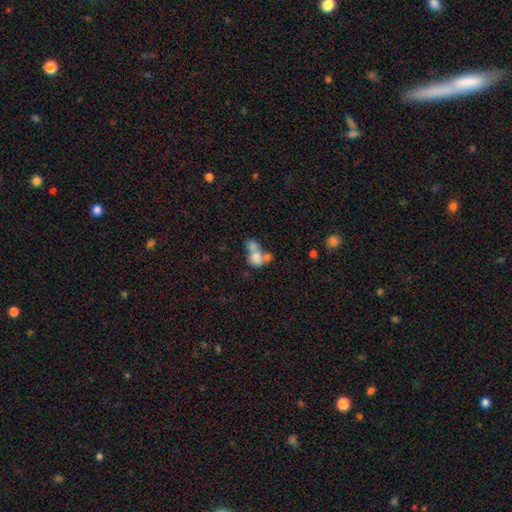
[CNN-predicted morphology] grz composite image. It shows a smooth galaxy with no disk features (70%) that is in between round and cigar-shaped (54%). Merging: merger (68%).